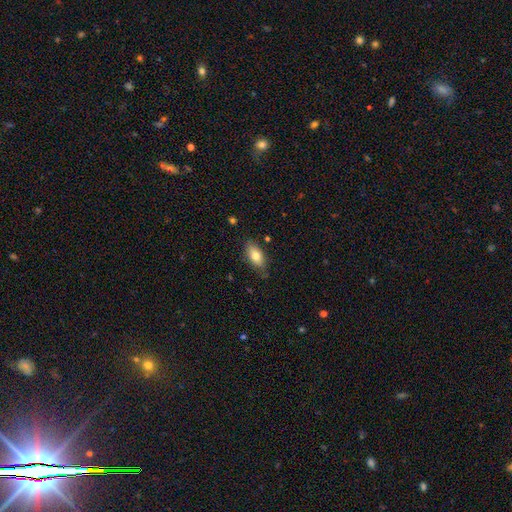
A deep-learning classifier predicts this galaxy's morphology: A smooth galaxy with no disk features (76%) that is in between round and cigar-shaped (89%). Merging: none (79%).